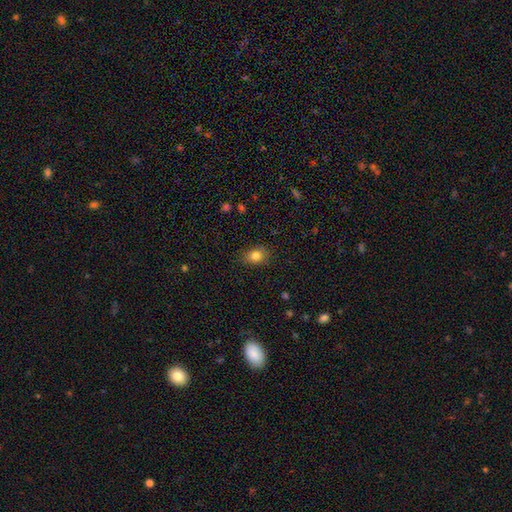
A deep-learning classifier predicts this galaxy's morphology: Smooth or featured? smooth (83%)
How rounded? in between (60%)
Merging? none (83%)